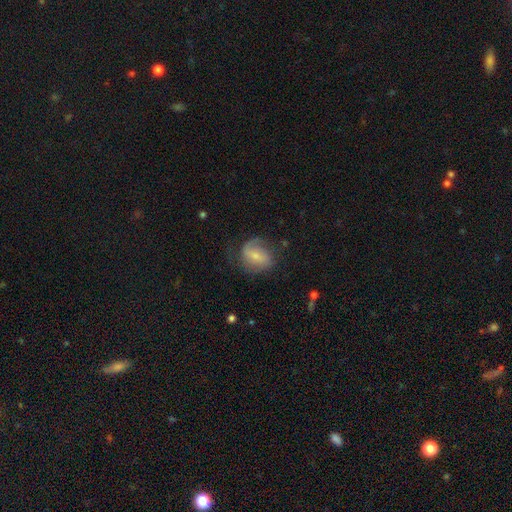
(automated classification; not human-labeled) Smooth or featured? featured or disk (54%)
Edge-on disk? no (96%)
Bar? weak (46%)
Spiral arms? yes (81%)
Bulge size? small (57%)
Merging? none (53%)